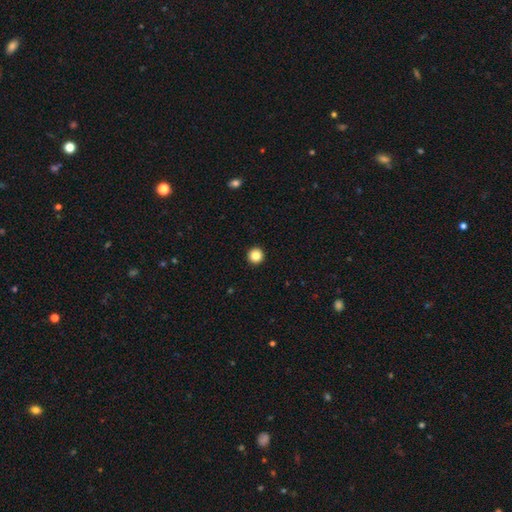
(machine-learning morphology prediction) type=smooth (85%); roundness=round (96%); merging=none (94%).